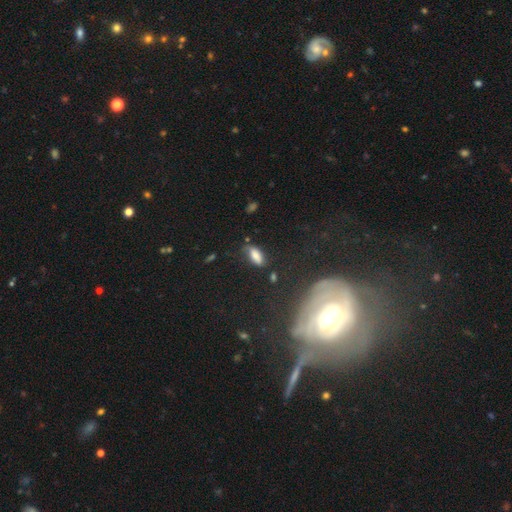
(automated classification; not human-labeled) smooth_or_featured: smooth (p=0.78) [alt: featured or disk p=0.11]
how_rounded: in between (p=0.81) [alt: cigar-shaped p=0.16]
merging: none (p=0.62) [alt: minor disturbance p=0.27]